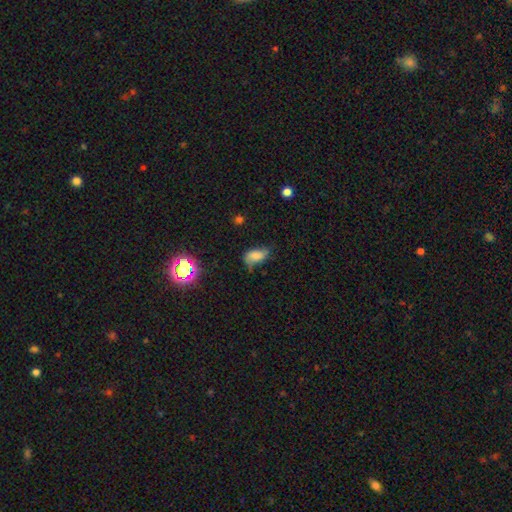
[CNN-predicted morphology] type=smooth (66%); roundness=in between (89%); merging=none (42%).